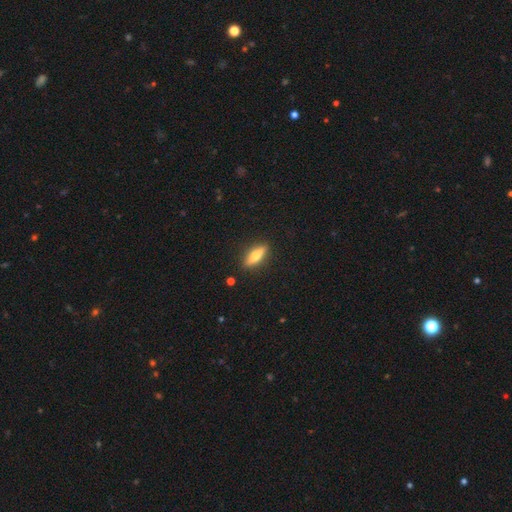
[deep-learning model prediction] A smooth galaxy with no disk features (52%) that is cigar-shaped (56%). Merging: none (88%).